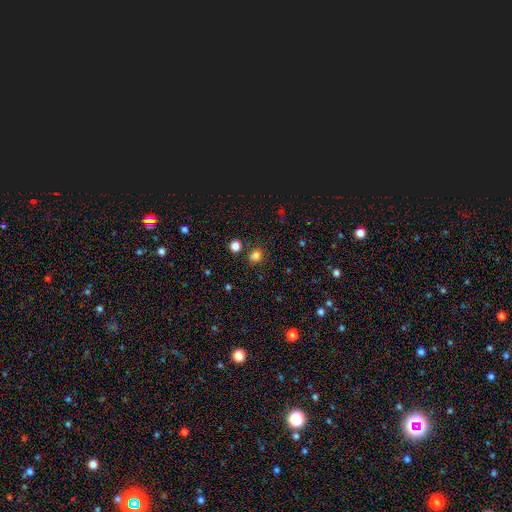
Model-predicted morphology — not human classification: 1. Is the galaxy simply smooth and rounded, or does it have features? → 77% smooth, 18% star or artifact, 5% featured or disk.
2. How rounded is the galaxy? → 68% round, 31% in between, 1% cigar-shaped.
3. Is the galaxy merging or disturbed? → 72% none, 13% minor disturbance, 11% merger, 4% major disturbance.